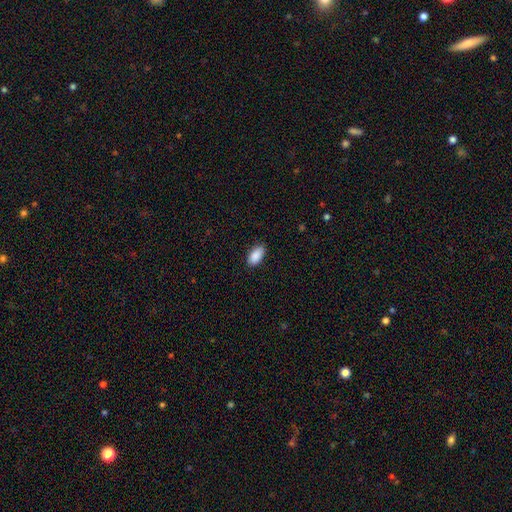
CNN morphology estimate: A smooth galaxy with no disk features (90%) that is in between round and cigar-shaped (93%).

Vote fractions:
- Smooth or featured? smooth: 90% / star or artifact: 7% / featured or disk: 3%
- How rounded? in between: 93% / cigar-shaped: 4% / round: 3%
- Merging? none: 84% / minor disturbance: 12% / major disturbance: 2% / merger: 1%